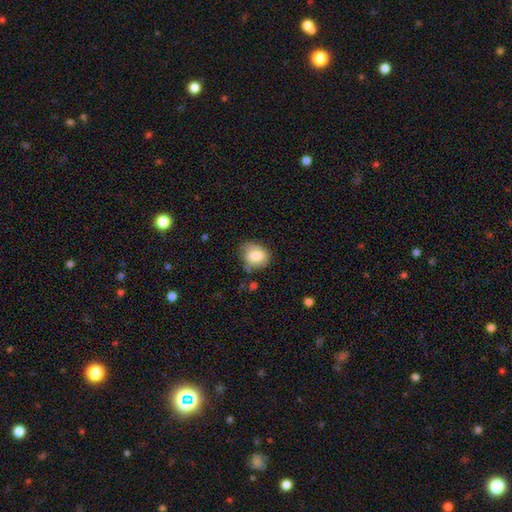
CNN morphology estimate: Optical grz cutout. It shows a smooth galaxy with no disk features (80%) that is round (50%). Merging: none (55%).